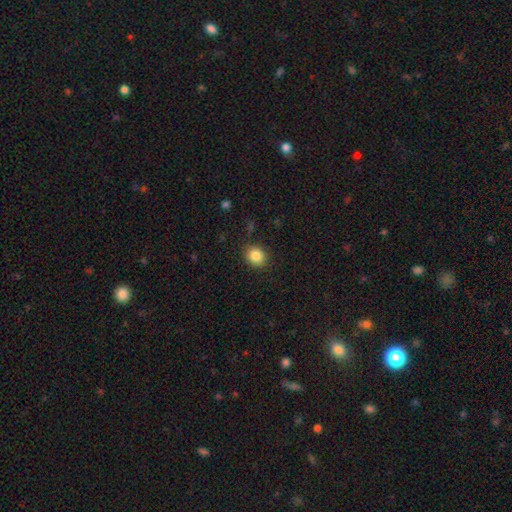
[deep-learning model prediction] smooth 85%, star or artifact 9%, featured or disk 5%. Down the decision tree: how rounded — round (69%); merging — none (88%).